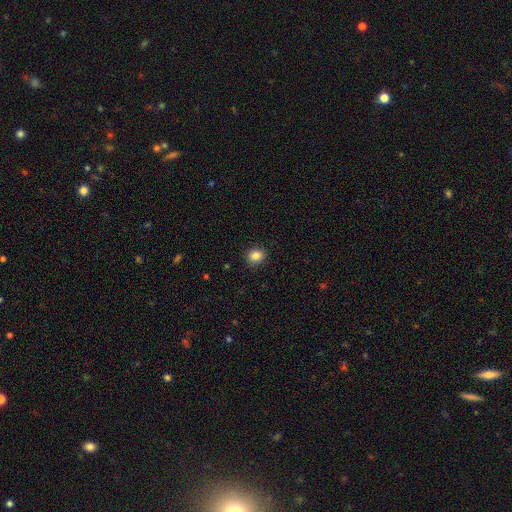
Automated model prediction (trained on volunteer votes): Morphology: type=smooth (85%); roundness=round (72%); merging=none (89%).